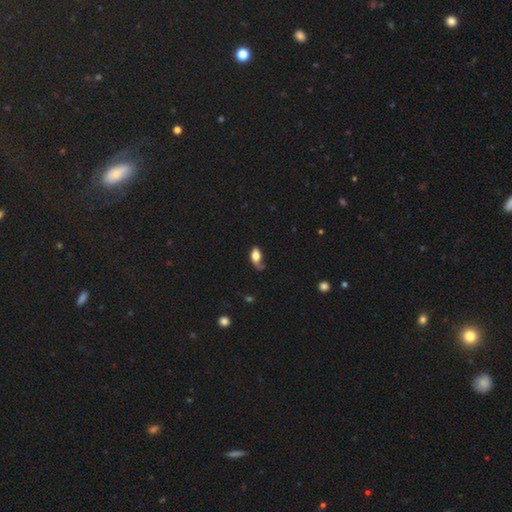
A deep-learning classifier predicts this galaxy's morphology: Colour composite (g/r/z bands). It shows a smooth galaxy with no disk features (71%) that is in between round and cigar-shaped (86%). Merging: none (36%).